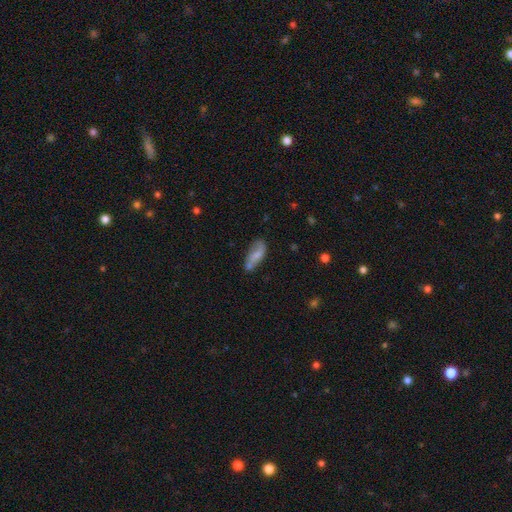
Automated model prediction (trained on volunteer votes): Smooth or featured? Predicted: smooth (p=0.61). How rounded? Predicted: in between (p=0.75). Merging? Predicted: none (p=0.48).